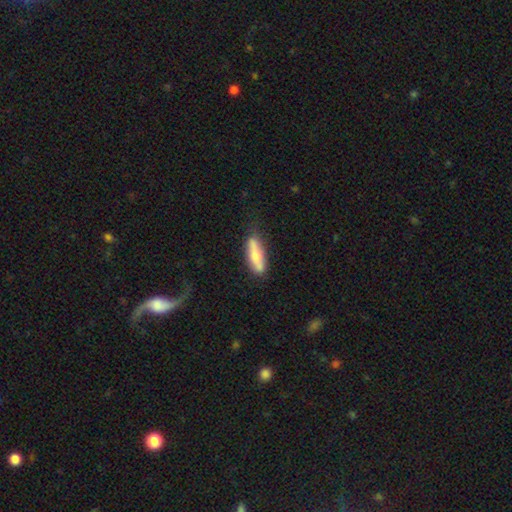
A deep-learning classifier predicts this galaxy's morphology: smooth-or-featured: smooth: 55% | featured or disk: 39% | star or artifact: 5%
  how-rounded: cigar-shaped: 59% | in between: 38% | round: 2%
  merging: none: 71% | minor disturbance: 21% | major disturbance: 5% | merger: 4%